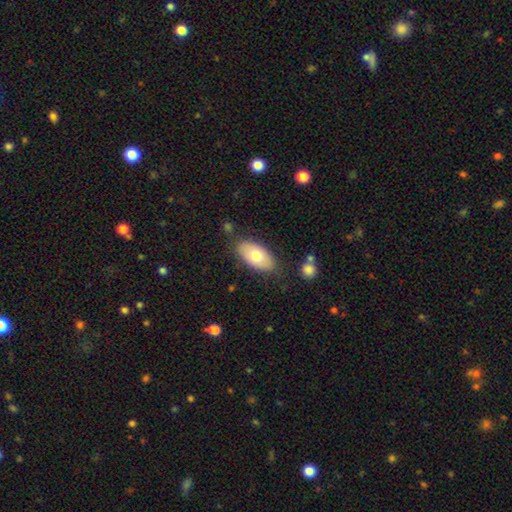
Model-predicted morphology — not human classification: smooth_or_featured: smooth (p=0.72) [alt: featured or disk p=0.22]
how_rounded: in between (p=0.93) [alt: round p=0.03]
merging: none (p=0.80) [alt: minor disturbance p=0.13]